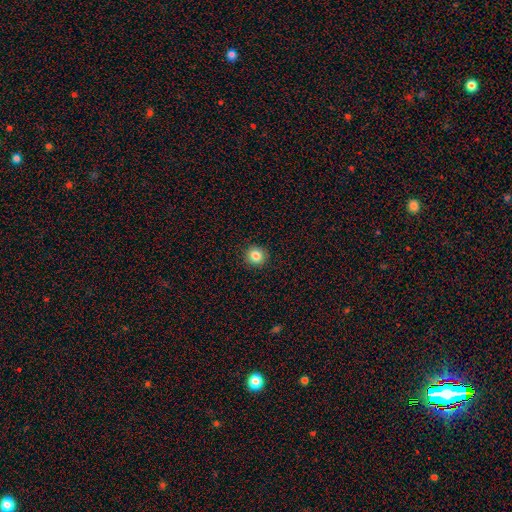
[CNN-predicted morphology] A smooth galaxy with no disk features (84%) that is round (94%).

Vote fractions:
- Smooth or featured? smooth: 84% / star or artifact: 11% / featured or disk: 5%
- How rounded? round: 94% / in between: 5% / cigar-shaped: 1%
- Merging? none: 93% / minor disturbance: 5% / major disturbance: 2% / merger: 1%